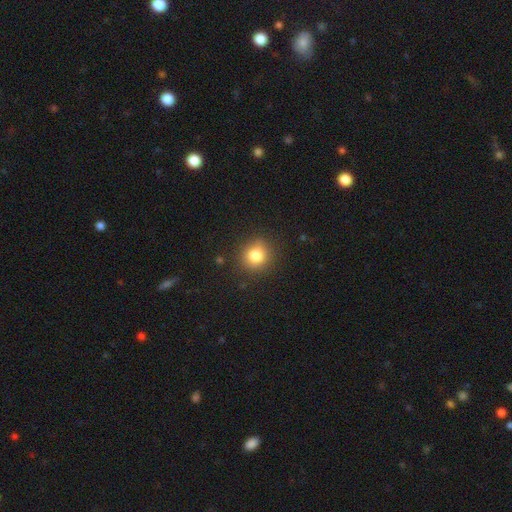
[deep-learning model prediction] Morphology: type=smooth (82%); roundness=round (88%); merging=none (86%).